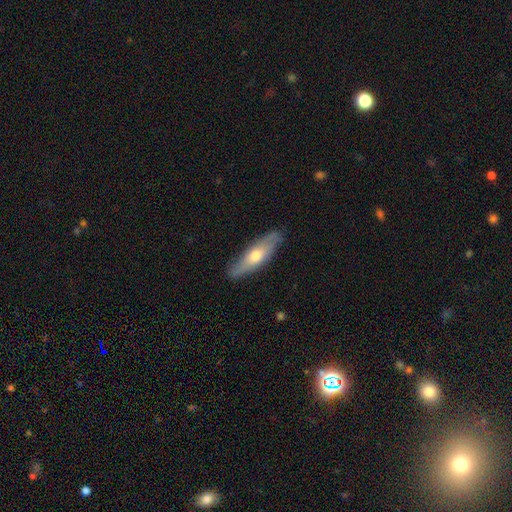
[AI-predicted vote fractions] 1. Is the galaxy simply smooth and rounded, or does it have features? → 52% smooth, 43% featured or disk, 6% star or artifact.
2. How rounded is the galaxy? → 58% cigar-shaped, 40% in between, 2% round.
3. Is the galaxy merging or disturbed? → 84% none, 13% minor disturbance, 2% major disturbance, 1% merger.